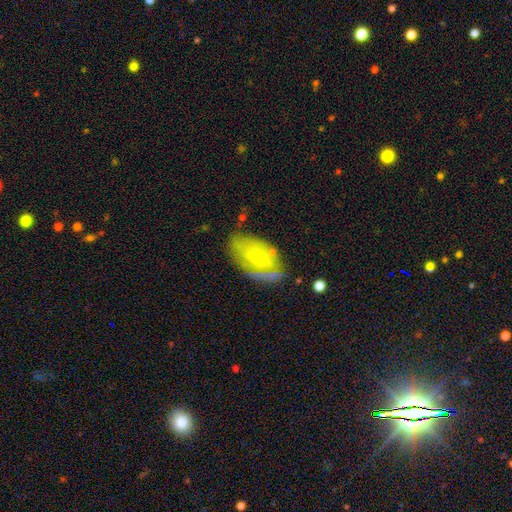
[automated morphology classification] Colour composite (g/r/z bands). It shows a featured or disk galaxy (52%). Merging: none (56%).